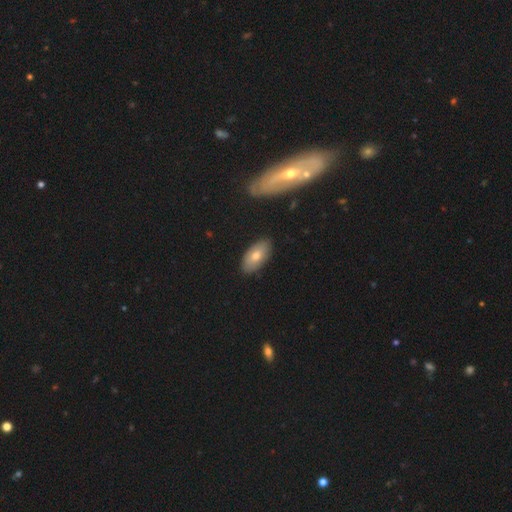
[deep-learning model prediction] Smooth or featured: smooth — 69% (featured or disk — 23%)
How rounded: in between — 92% (cigar-shaped — 5%)
Merging: none — 85% (minor disturbance — 11%)